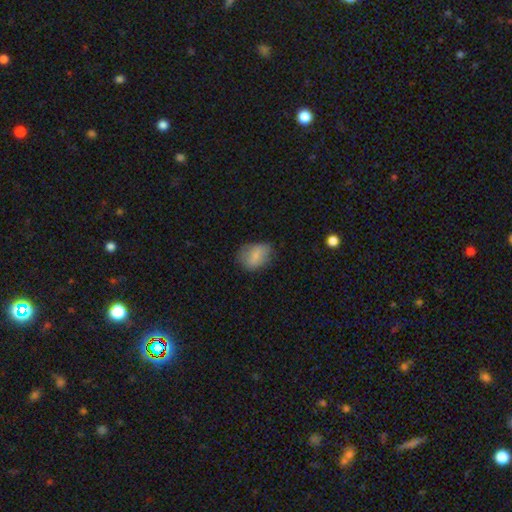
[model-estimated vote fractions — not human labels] Smooth or featured: smooth — 79% (featured or disk — 13%)
How rounded: in between — 73% (round — 25%)
Merging: none — 66% (minor disturbance — 25%)